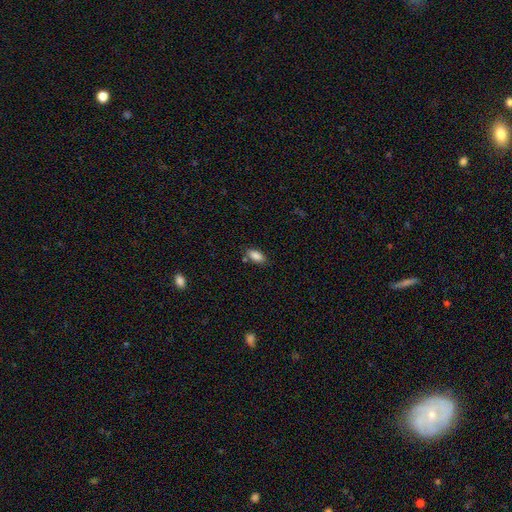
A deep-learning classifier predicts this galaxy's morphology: Smooth or featured?
  - smooth: 87% *
  - star or artifact: 8%
  - featured or disk: 5%
How rounded?
  - in between: 90% *
  - cigar-shaped: 7%
  - round: 3%
Merging?
  - none: 78% *
  - minor disturbance: 14%
  - merger: 5%
  - major disturbance: 3%